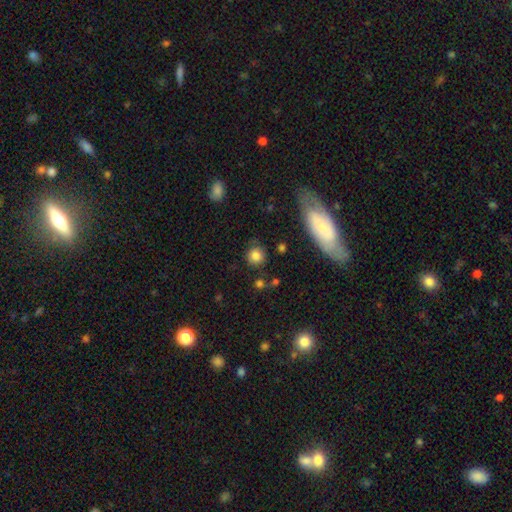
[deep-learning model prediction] This is clearly a smooth galaxy (82%). How rounded: clearly round (90%). Merging: clearly none (81%).